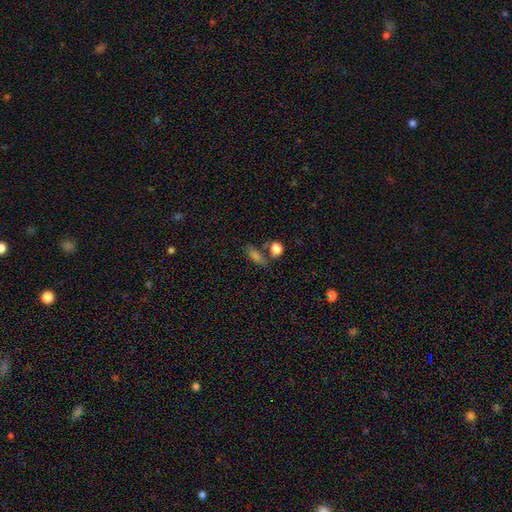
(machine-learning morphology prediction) A smooth galaxy with no disk features (66%) that is in between round and cigar-shaped (64%).

Vote fractions:
- Smooth or featured? smooth: 66% / star or artifact: 17% / featured or disk: 16%
- How rounded? in between: 64% / cigar-shaped: 25% / round: 12%
- Merging? none: 60% / merger: 19% / minor disturbance: 15% / major disturbance: 7%